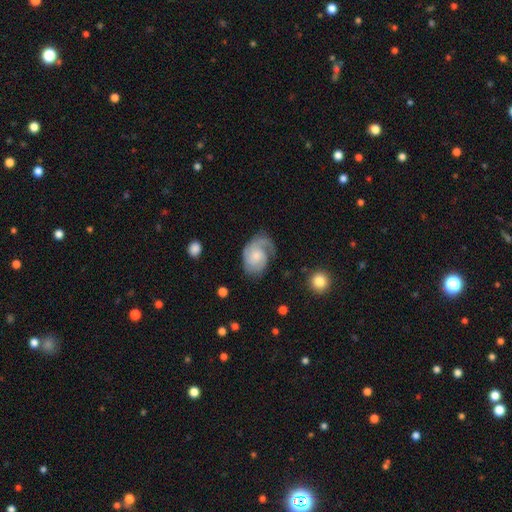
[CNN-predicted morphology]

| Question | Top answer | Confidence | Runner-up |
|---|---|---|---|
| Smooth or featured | featured or disk | 75% | smooth (20%) |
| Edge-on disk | no | 97% | yes (3%) |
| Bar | no | 66% | weak (30%) |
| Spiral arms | yes | 94% | no (6%) |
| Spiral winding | tight | 44% | medium (41%) |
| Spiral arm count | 2 | 35% | 1 (28%) |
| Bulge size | small | 42% | moderate (33%) |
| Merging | none | 56% | minor disturbance (24%) |